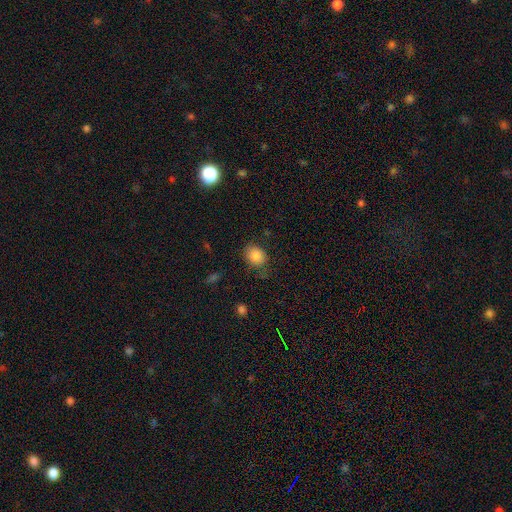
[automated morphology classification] Smooth or featured? smooth (84%)
How rounded? round (50%)
Merging? none (73%)